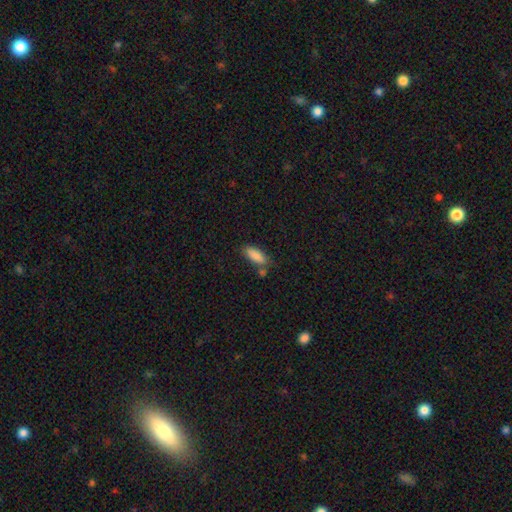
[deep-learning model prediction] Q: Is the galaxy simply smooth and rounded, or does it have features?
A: smooth — 86%.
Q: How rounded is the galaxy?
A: in between — 72%.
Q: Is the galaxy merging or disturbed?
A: none — 64%.